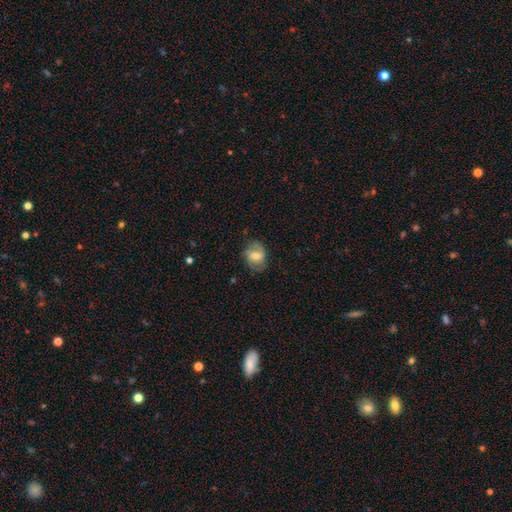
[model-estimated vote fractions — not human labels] A featured or disk galaxy (49%). Merging: none (69%).